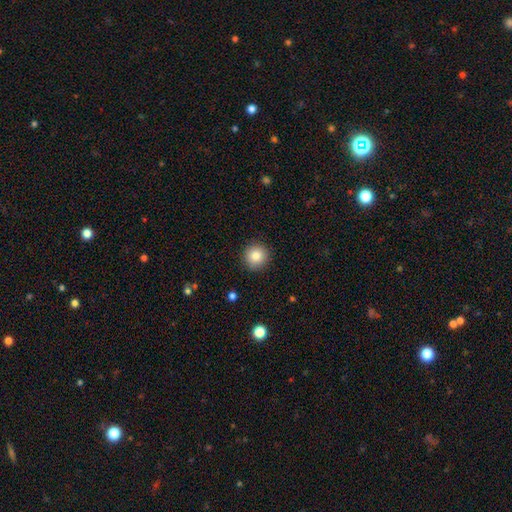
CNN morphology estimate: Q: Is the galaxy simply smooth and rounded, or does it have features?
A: smooth — 85%.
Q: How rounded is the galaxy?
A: round — 94%.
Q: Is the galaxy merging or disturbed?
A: none — 91%.